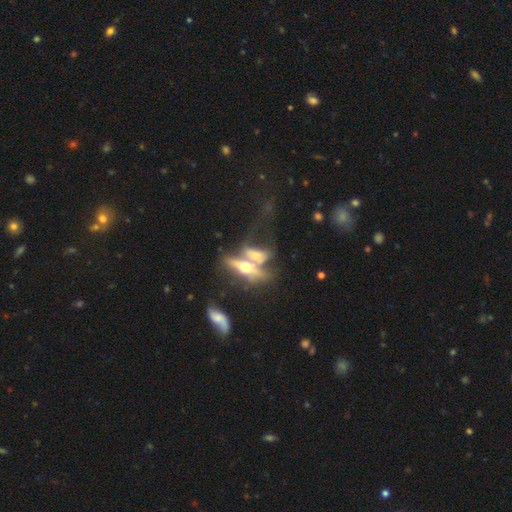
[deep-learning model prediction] Q: Smooth or featured?
A: featured or disk (62%); runner-up: smooth (29%)
Q: Edge-on disk?
A: yes (65%); runner-up: no (35%)
Q: Merging?
A: merger (58%); runner-up: none (21%)